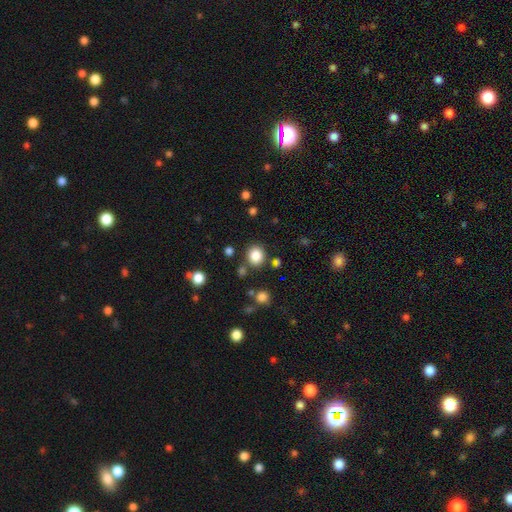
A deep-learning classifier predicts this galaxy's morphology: Smooth or featured?
  - smooth: 84% *
  - star or artifact: 11%
  - featured or disk: 5%
How rounded?
  - round: 78% *
  - in between: 21%
  - cigar-shaped: 1%
Merging?
  - none: 82% *
  - minor disturbance: 9%
  - merger: 6%
  - major disturbance: 3%